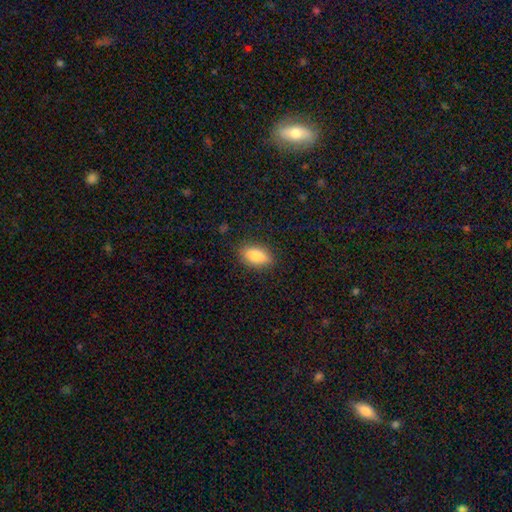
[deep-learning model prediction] Smooth or featured? Predicted: smooth (p=0.81). How rounded? Predicted: in between (p=0.84). Merging? Predicted: none (p=0.85).